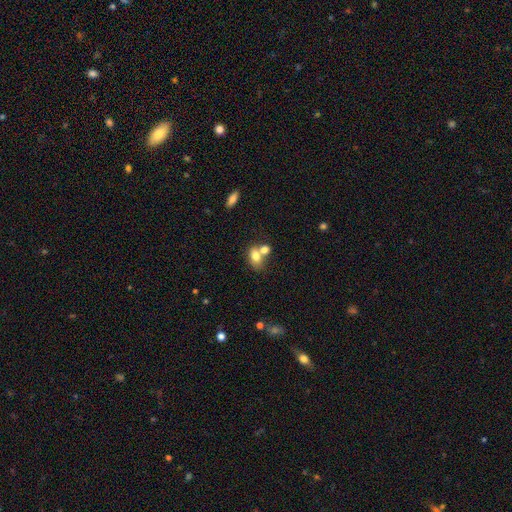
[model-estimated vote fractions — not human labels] Smooth or featured? Predicted: smooth (p=0.74). How rounded? Predicted: in between (p=0.78). Merging? Predicted: merger (p=0.53).